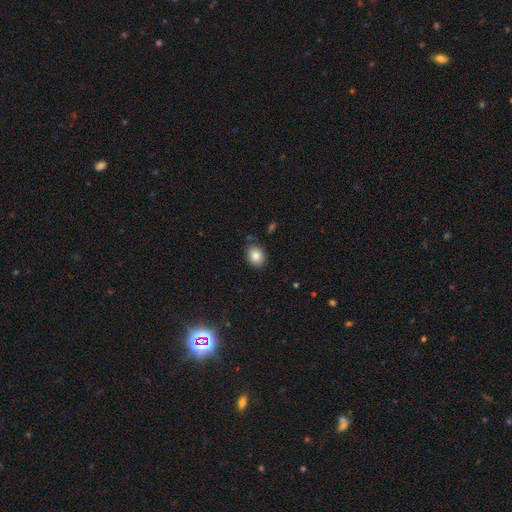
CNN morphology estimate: This is clearly a smooth galaxy (83%). How rounded: possibly in between (51%). Merging: clearly none (85%).